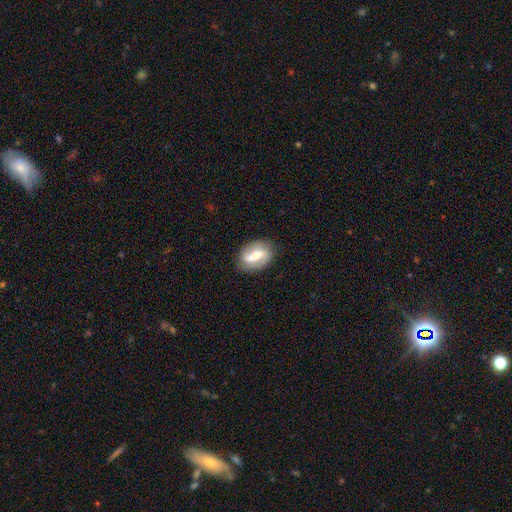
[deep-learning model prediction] Smooth or featured?
  - featured or disk: 64% *
  - smooth: 29%
  - star or artifact: 7%
Edge-on disk?
  - no: 93% *
  - yes: 7%
Bar?
  - strong: 56% *
  - weak: 33%
  - no: 11%
Spiral arms?
  - yes: 76% *
  - no: 24%
Bulge size?
  - moderate: 50% *
  - small: 26%
  - large: 14%
  - none: 7%
  - dominant: 3%
Merging?
  - none: 82% *
  - minor disturbance: 13%
  - major disturbance: 4%
  - merger: 1%